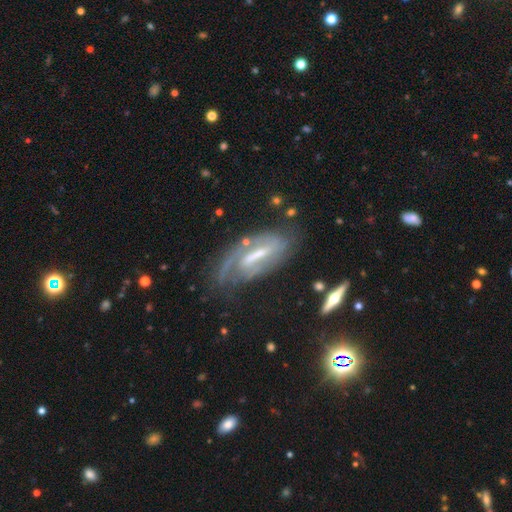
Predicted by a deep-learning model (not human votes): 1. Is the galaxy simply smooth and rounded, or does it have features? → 82% featured or disk, 11% smooth, 8% star or artifact.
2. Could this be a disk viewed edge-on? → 86% no, 14% yes.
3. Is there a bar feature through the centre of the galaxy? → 51% strong, 37% weak, 12% no.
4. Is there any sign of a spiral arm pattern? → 90% yes, 10% no.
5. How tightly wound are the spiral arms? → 43% tight, 42% medium, 15% loose.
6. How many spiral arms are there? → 53% 2, 21% can't tell, 18% 1, 4% 3, 2% 4, 2% more than 4.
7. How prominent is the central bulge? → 41% small, 35% moderate, 18% none, 6% large, 1% dominant.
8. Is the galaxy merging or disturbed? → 60% none, 22% minor disturbance, 14% major disturbance, 4% merger.